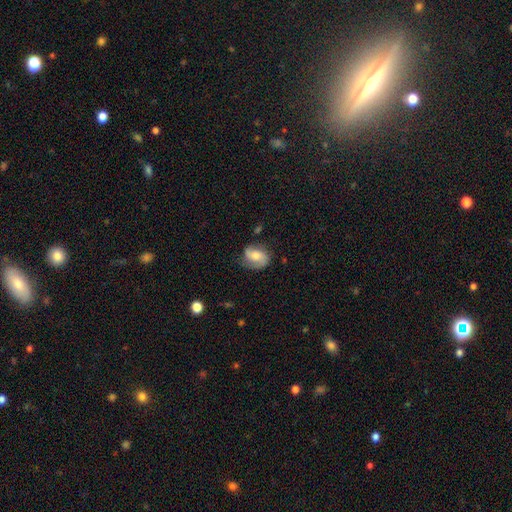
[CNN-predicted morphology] featured or disk 57%, smooth 36%, star or artifact 7%. Down the decision tree: edge-on disk — no (97%); bar — no (55%); spiral arms — yes (89%); bulge size — moderate (60%); merging — none (67%).